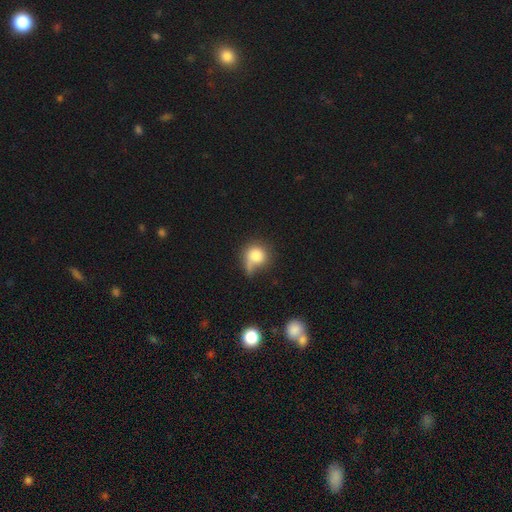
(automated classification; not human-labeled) A smooth galaxy with no disk features (75%) that is round (81%). Merging: none (37%).